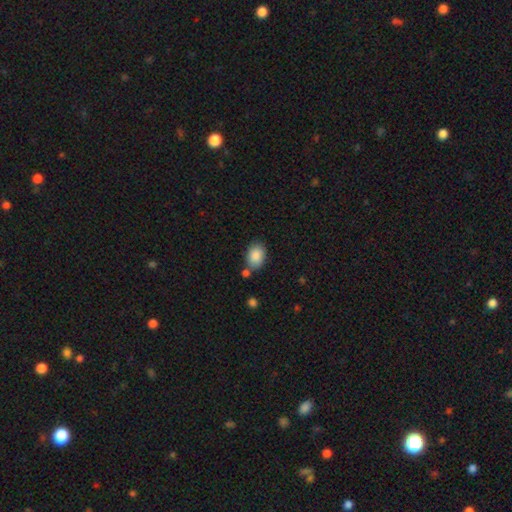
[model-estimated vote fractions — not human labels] Overall: smooth (87%). How rounded: in between (82%). Merging: none (68%).